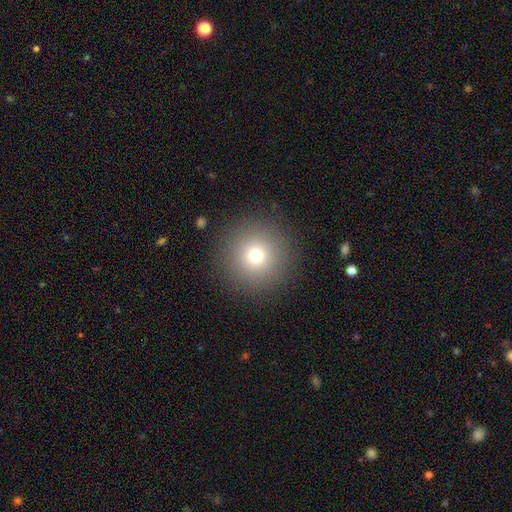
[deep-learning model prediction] smooth 73%, star or artifact 16%, featured or disk 11%. Down the decision tree: how rounded — round (96%); merging — none (91%).